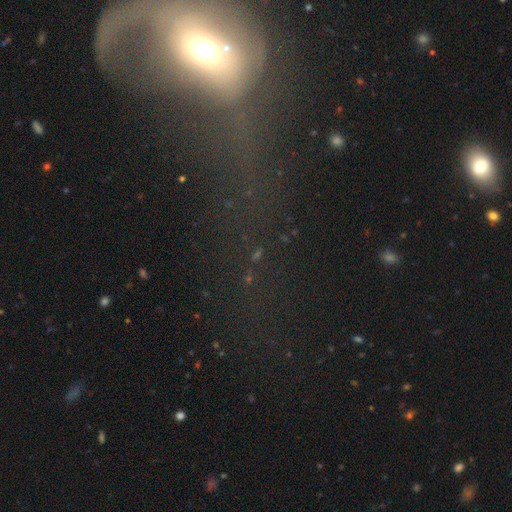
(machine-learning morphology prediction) Q: Smooth or featured?
A: star or artifact (35%); runner-up: featured or disk (34%)